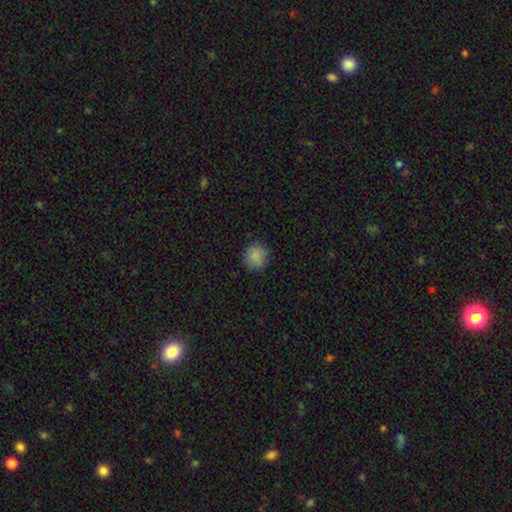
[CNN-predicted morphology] smooth-or-featured: smooth: 85% | star or artifact: 10% | featured or disk: 5%
  how-rounded: round: 89% | in between: 10% | cigar-shaped: 1%
  merging: none: 83% | minor disturbance: 12% | major disturbance: 3% | merger: 1%